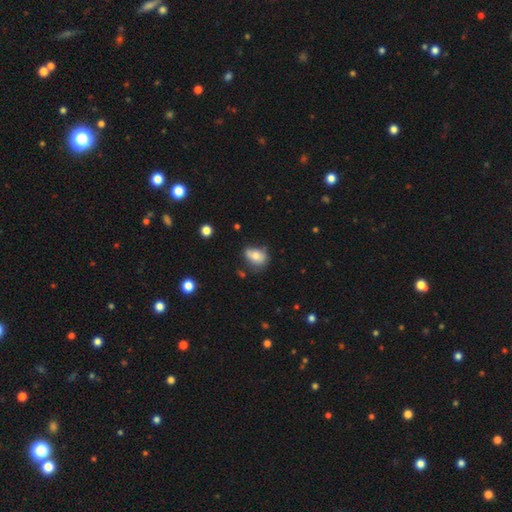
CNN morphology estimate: Smooth or featured? smooth (69%)
How rounded? in between (69%)
Merging? none (52%)